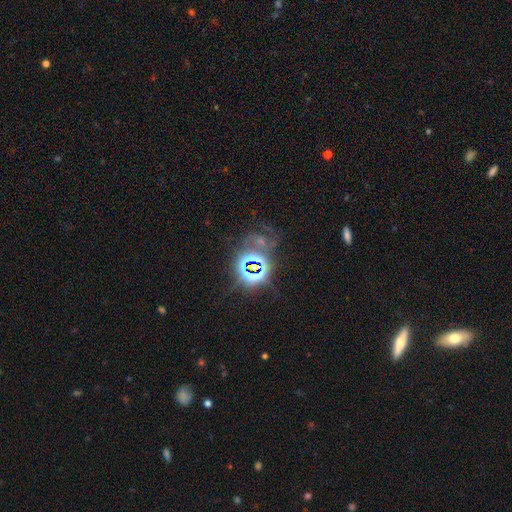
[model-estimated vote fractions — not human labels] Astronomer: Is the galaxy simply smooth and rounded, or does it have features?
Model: star or artifact — 72%.